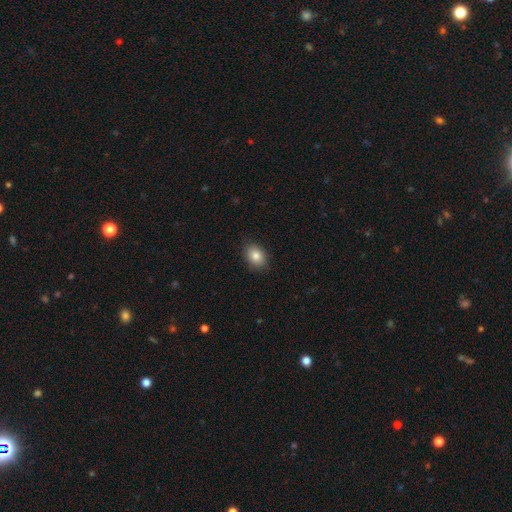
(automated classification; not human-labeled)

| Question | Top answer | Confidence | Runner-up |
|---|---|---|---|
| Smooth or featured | smooth | 84% | star or artifact (9%) |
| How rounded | in between | 72% | round (27%) |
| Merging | none | 86% | minor disturbance (11%) |